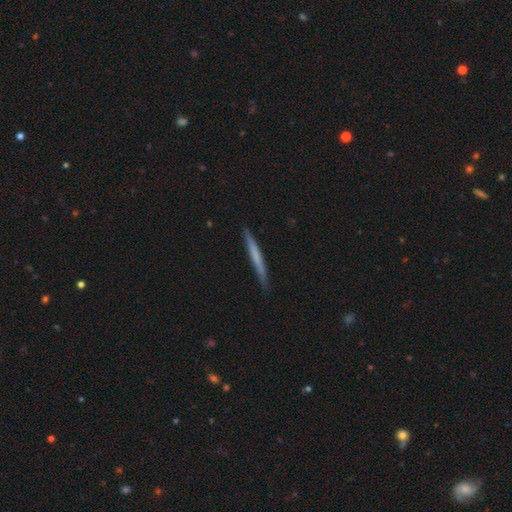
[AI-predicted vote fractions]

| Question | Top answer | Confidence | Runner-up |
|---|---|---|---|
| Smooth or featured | smooth | 57% | featured or disk (38%) |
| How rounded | cigar-shaped | 97% | in between (2%) |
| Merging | none | 87% | minor disturbance (10%) |